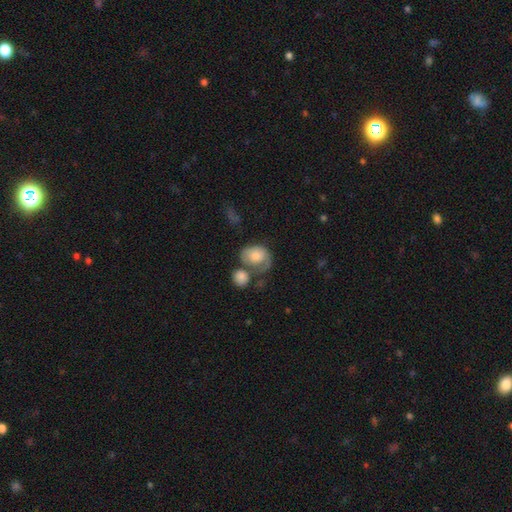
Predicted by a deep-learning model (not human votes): smooth-or-featured: smooth: 64% | featured or disk: 29% | star or artifact: 7%
  how-rounded: in between: 55% | round: 44% | cigar-shaped: 1%
  merging: merger: 27% (tied) | major disturbance: 27% (tied) | none: 26% | minor disturbance: 20%